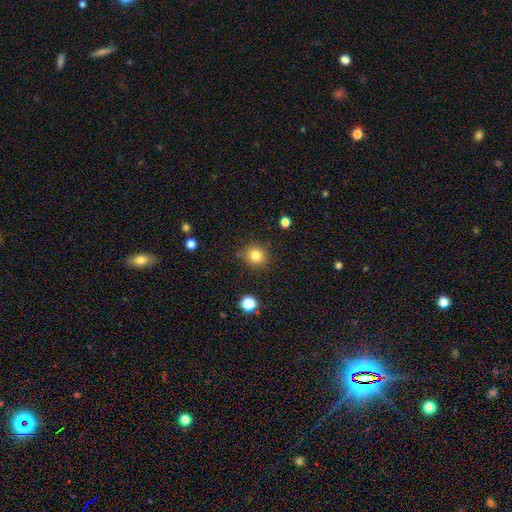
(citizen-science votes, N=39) This appears to be a smooth galaxy with no disk features (90%) that is round (100%). Merging: none (94%).